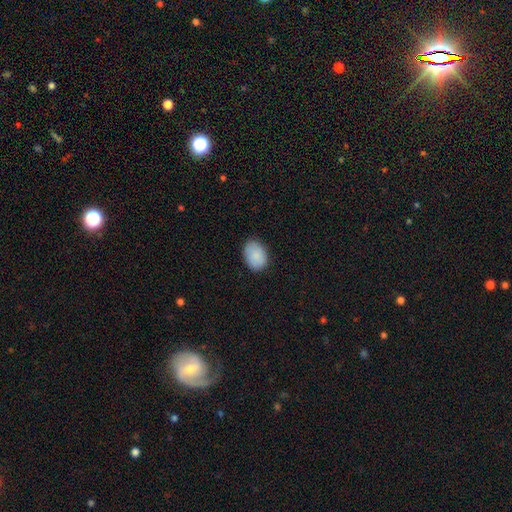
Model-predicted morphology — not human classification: smooth 89%, star or artifact 6%, featured or disk 5%. Down the decision tree: how rounded — in between (74%); merging — none (84%).